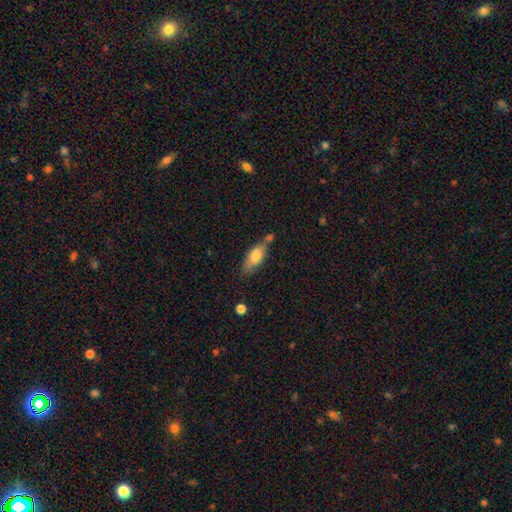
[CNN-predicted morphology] The model was most divided on "merging": none: 52%, minor disturbance: 22%, merger: 20%, major disturbance: 6%. More confident: how rounded — in between (76%); smooth or featured — smooth (75%).